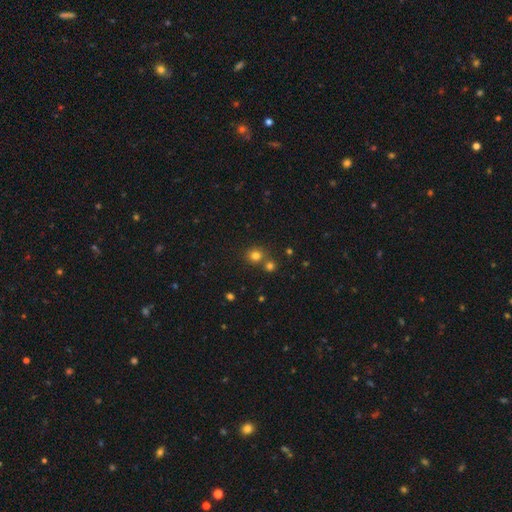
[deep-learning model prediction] Morphology: type=smooth (77%); roundness=round (87%); merging=none (67%).